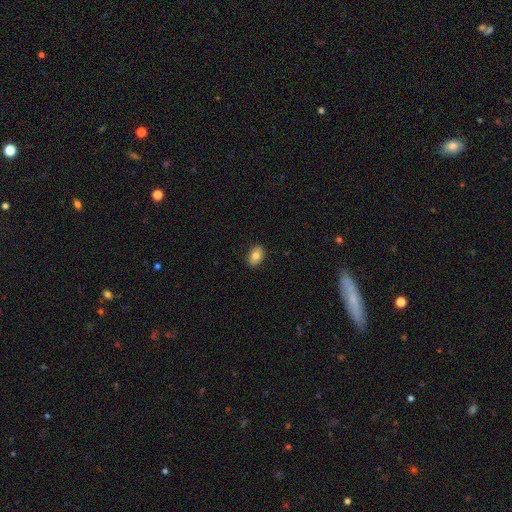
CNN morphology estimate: type=smooth (78%); roundness=in between (81%); merging=none (88%).